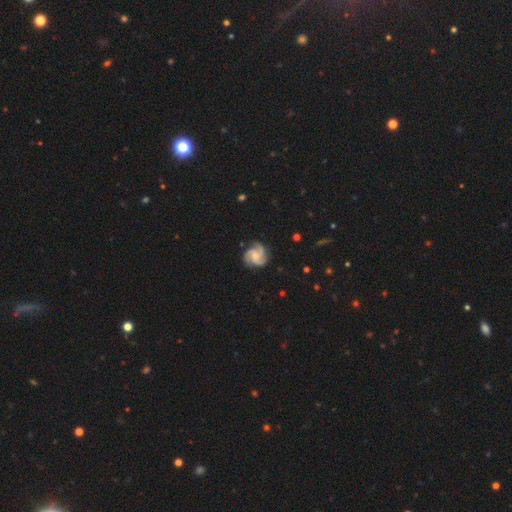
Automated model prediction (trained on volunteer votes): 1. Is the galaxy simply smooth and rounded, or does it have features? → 87% featured or disk, 7% smooth, 5% star or artifact.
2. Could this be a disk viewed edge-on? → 98% no, 2% yes.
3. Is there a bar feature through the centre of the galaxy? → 67% no, 27% weak, 6% strong.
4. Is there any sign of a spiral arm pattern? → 98% yes, 2% no.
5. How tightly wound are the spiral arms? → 47% medium, 46% tight, 7% loose.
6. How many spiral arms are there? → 71% 3, 13% 4, 7% 2, 4% can't tell, 3% 1, 3% more than 4.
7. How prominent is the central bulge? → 50% small, 36% moderate, 10% none, 3% large, 1% dominant.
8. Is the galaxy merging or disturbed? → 82% none, 13% minor disturbance, 4% major disturbance, 1% merger.